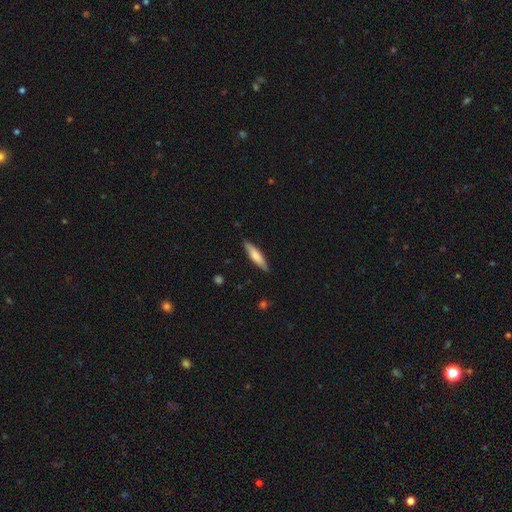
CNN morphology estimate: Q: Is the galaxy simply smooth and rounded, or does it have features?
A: smooth — 66%.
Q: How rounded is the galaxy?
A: cigar-shaped — 76%.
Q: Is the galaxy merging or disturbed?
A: none — 86%.